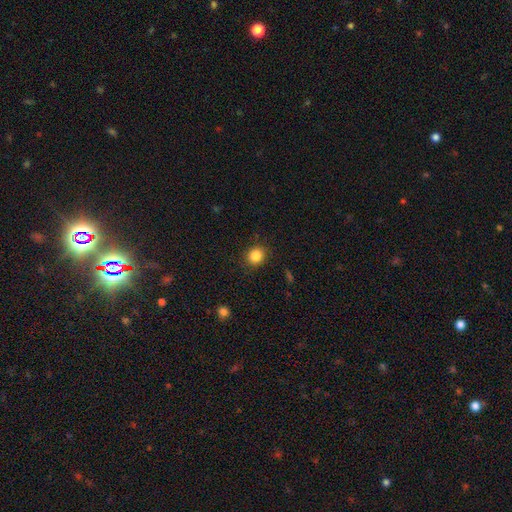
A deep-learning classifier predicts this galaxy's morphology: This appears to be a smooth galaxy with no disk features (85%) that is round (72%). Merging: none (88%).